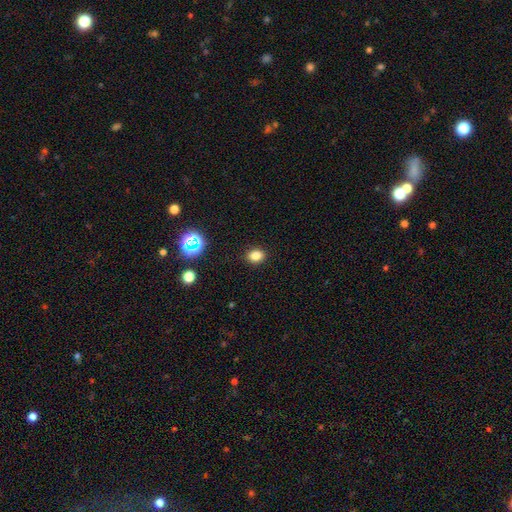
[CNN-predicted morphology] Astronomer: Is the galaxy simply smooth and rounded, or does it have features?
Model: smooth — 81%.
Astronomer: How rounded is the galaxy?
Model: in between — 55% (runner-up: round, 44%).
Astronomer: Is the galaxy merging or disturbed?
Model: none — 90%.